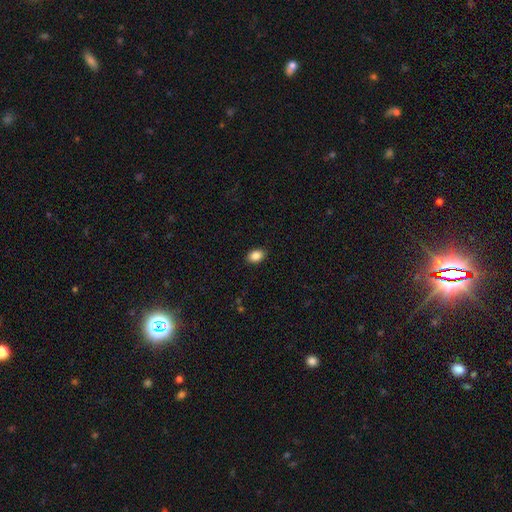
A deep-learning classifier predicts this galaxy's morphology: This appears to be a smooth galaxy with no disk features (88%) that is in between round and cigar-shaped (84%). Merging: none (89%).